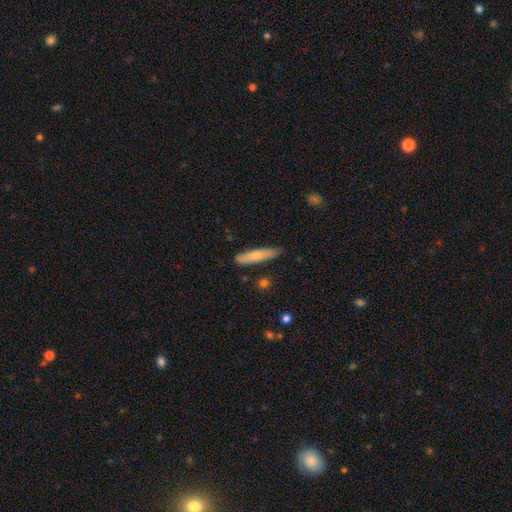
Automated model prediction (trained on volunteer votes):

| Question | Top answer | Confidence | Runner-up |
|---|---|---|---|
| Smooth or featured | smooth | 68% | featured or disk (27%) |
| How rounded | cigar-shaped | 83% | in between (16%) |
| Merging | none | 79% | minor disturbance (17%) |